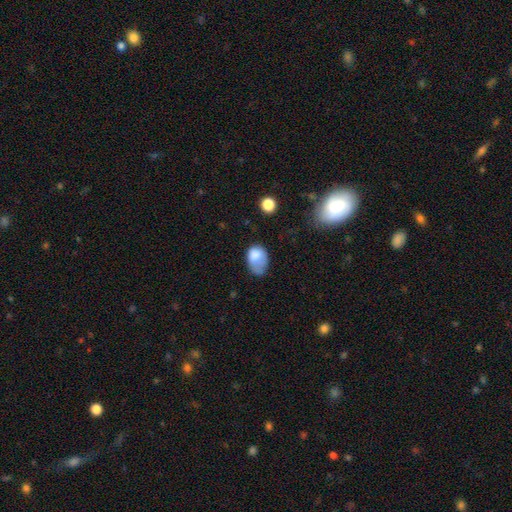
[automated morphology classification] Smooth or featured? Predicted: smooth (p=0.78). How rounded? Predicted: in between (p=0.79). Merging? Predicted: minor disturbance (p=0.40).